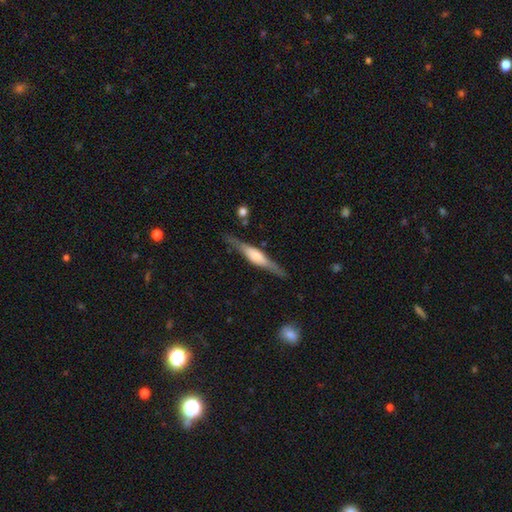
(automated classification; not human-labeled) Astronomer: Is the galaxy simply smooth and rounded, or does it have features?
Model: featured or disk — 70%.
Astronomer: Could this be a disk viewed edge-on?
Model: yes — 96%.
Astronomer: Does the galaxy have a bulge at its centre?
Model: rounded — 66%.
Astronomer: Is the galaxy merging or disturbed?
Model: none — 83%.